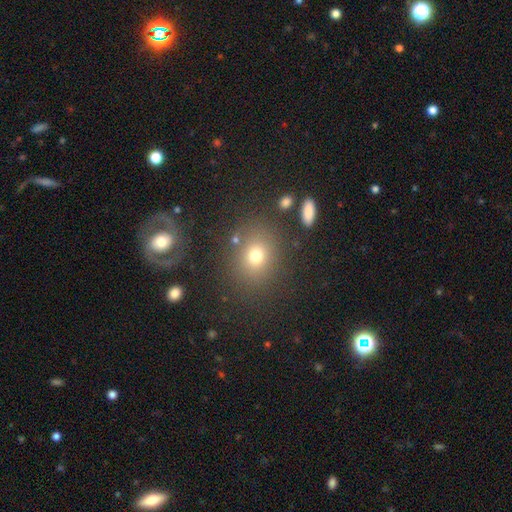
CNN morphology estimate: A smooth galaxy with no disk features (73%) that is round (62%). Merging: none (80%).